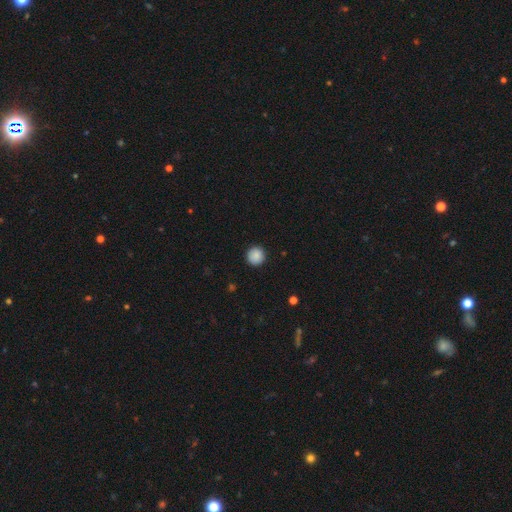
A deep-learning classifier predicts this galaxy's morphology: Smooth or featured? Predicted: smooth (p=0.88). How rounded? Predicted: round (p=0.95). Merging? Predicted: none (p=0.92).